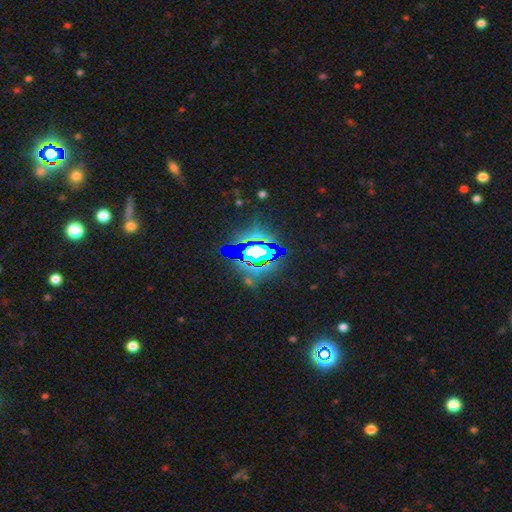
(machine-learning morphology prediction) Smooth or featured: star or artifact — 73% (featured or disk — 14%)